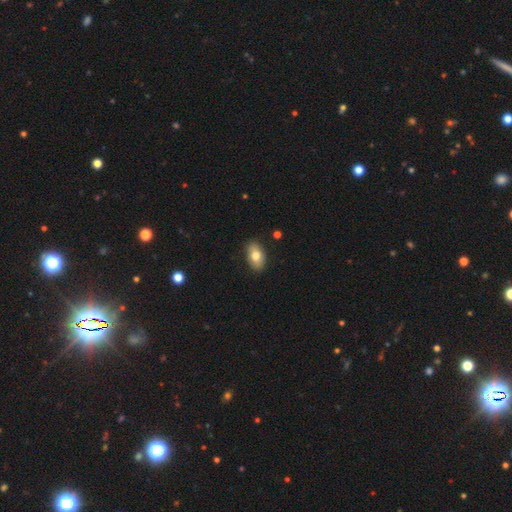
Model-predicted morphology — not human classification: A smooth galaxy with no disk features (76%) that is in between round and cigar-shaped (91%).

Vote fractions:
- Smooth or featured? smooth: 76% / featured or disk: 16% / star or artifact: 7%
- How rounded? in between: 91% / round: 7% / cigar-shaped: 2%
- Merging? none: 87% / minor disturbance: 10% / major disturbance: 2% / merger: 1%